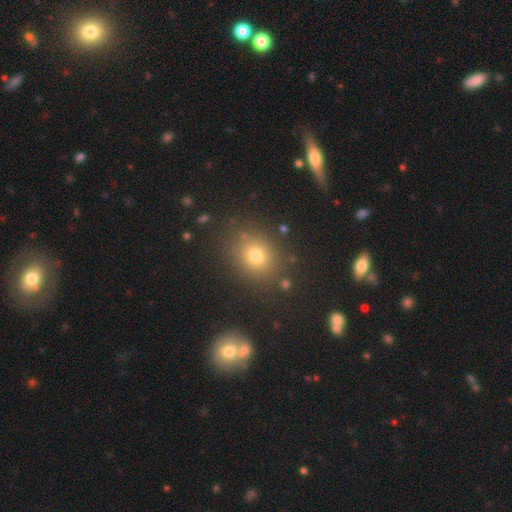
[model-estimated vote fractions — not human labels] This appears to be a smooth galaxy with no disk features (72%) that is round (65%). Merging: none (83%).